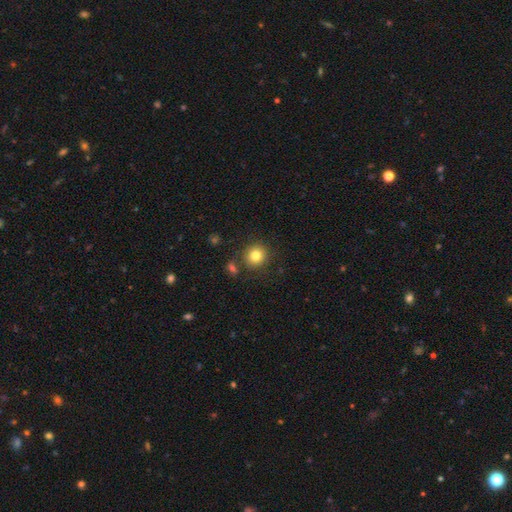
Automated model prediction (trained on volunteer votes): smooth 82%, star or artifact 11%, featured or disk 7%. Down the decision tree: how rounded — round (90%); merging — none (84%).